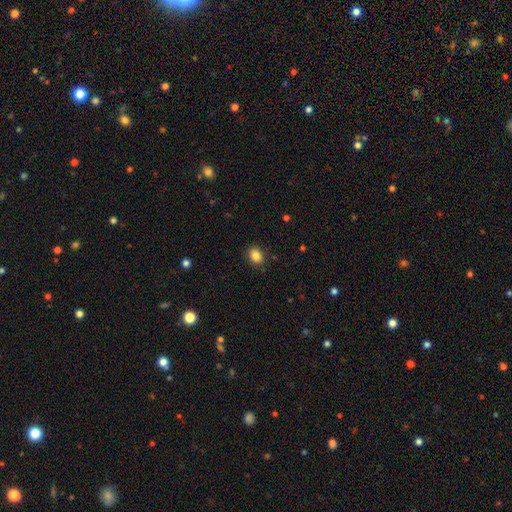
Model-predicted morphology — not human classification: Smooth or featured?
  - smooth: 85% *
  - star or artifact: 10%
  - featured or disk: 5%
How rounded?
  - in between: 61% *
  - round: 38%
  - cigar-shaped: 1%
Merging?
  - none: 88% *
  - minor disturbance: 8%
  - major disturbance: 2%
  - merger: 1%